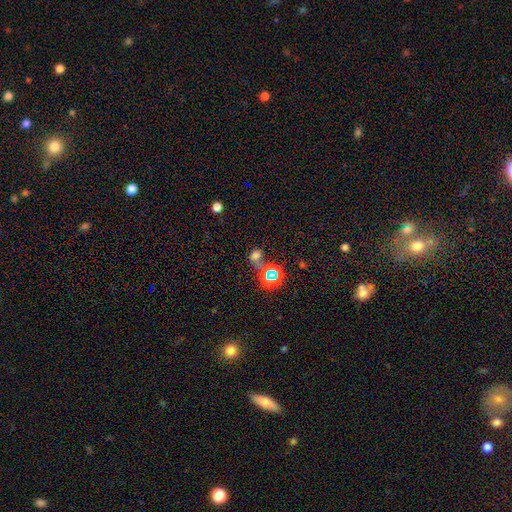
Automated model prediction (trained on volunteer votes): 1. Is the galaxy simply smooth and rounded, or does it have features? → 49% smooth, 41% star or artifact, 10% featured or disk.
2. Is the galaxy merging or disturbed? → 46% none, 29% merger, 13% minor disturbance, 12% major disturbance.